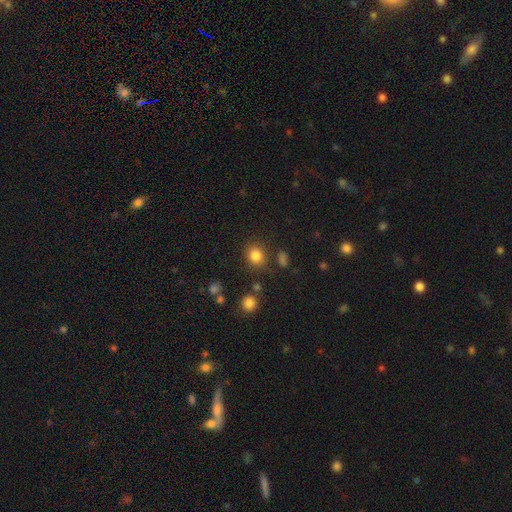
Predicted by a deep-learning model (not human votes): Smooth or featured?
  - smooth: 83% *
  - star or artifact: 12%
  - featured or disk: 5%
How rounded?
  - round: 75% *
  - in between: 24%
  - cigar-shaped: 1%
Merging?
  - none: 82% *
  - minor disturbance: 10%
  - merger: 4%
  - major disturbance: 4%